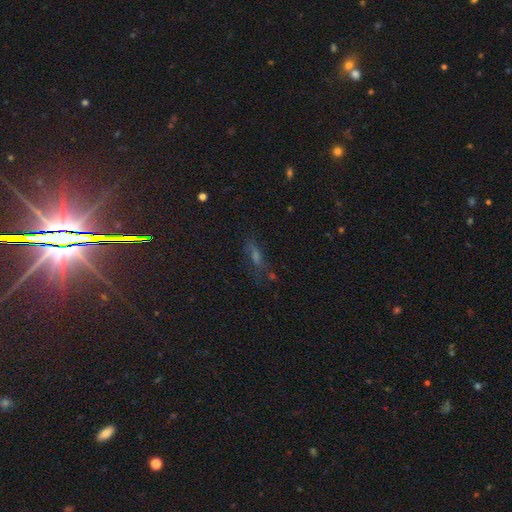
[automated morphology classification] Smooth or featured? Predicted: star or artifact (p=0.39).